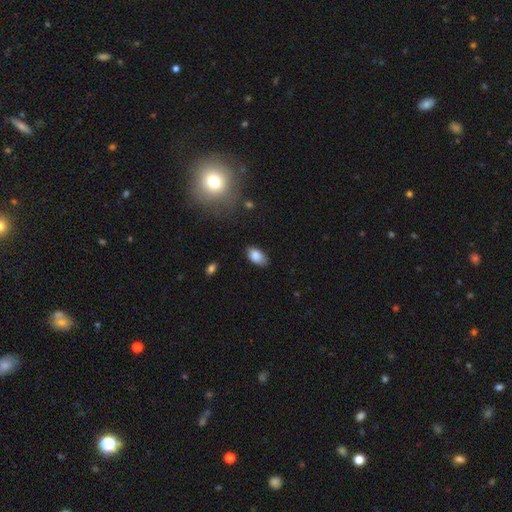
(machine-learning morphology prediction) A smooth galaxy with no disk features (85%) that is in between round and cigar-shaped (94%).

Vote fractions:
- Smooth or featured? smooth: 85% / star or artifact: 7% / featured or disk: 7%
- How rounded? in between: 94% / round: 5% / cigar-shaped: 2%
- Merging? none: 81% / minor disturbance: 15% / major disturbance: 3% / merger: 1%